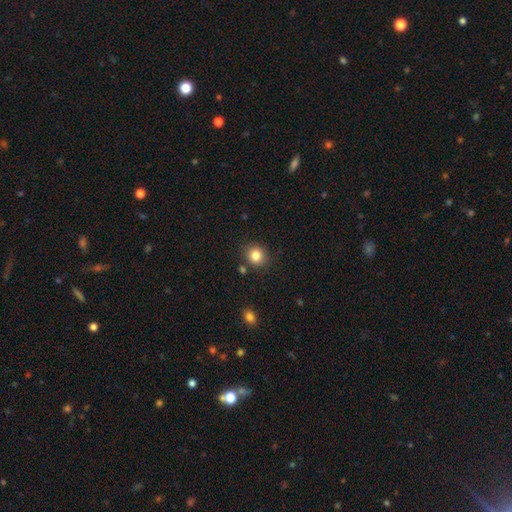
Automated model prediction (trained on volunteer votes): A smooth galaxy with no disk features (83%) that is round (79%).

Vote fractions:
- Smooth or featured? smooth: 83% / star or artifact: 11% / featured or disk: 6%
- How rounded? round: 79% / in between: 21% / cigar-shaped: 1%
- Merging? none: 83% / minor disturbance: 10% / merger: 4% / major disturbance: 3%